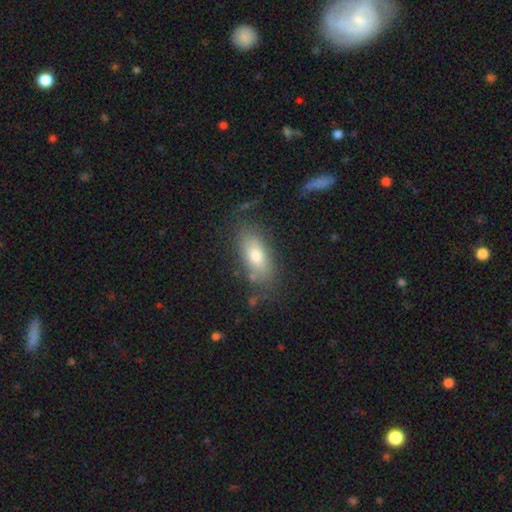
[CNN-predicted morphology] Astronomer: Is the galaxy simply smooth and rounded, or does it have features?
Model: smooth — 73%.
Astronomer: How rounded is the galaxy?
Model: in between — 83%.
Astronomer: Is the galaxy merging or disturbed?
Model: none — 74%.